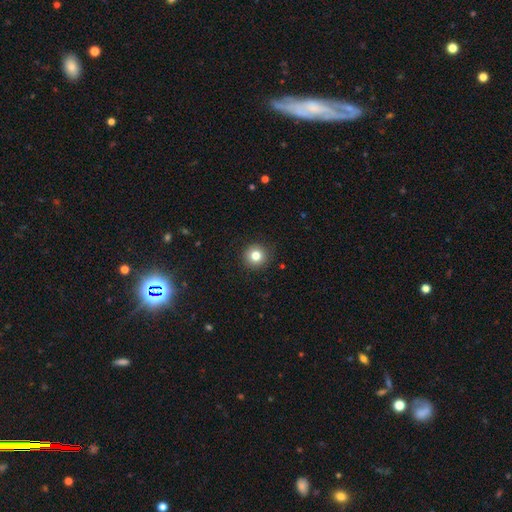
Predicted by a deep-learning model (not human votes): The model was most divided on "smooth or featured": smooth: 81%, star or artifact: 11%, featured or disk: 8%. More confident: how rounded — round (95%); merging — none (91%).